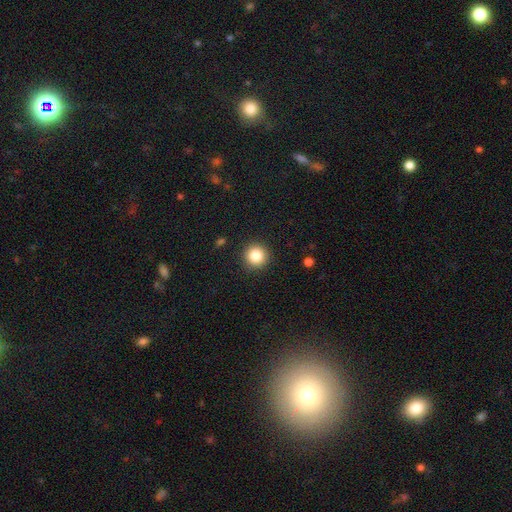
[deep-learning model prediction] This is clearly a smooth galaxy (85%). How rounded: clearly round (95%). Merging: clearly none (91%).